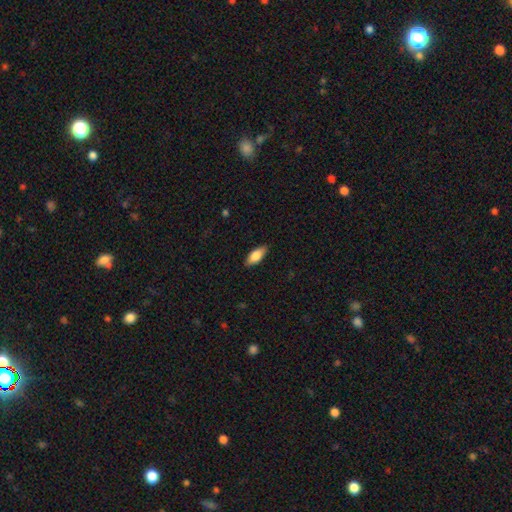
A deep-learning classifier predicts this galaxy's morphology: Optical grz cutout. It shows a smooth galaxy with no disk features (80%) that is in between round and cigar-shaped (83%). Merging: none (86%).